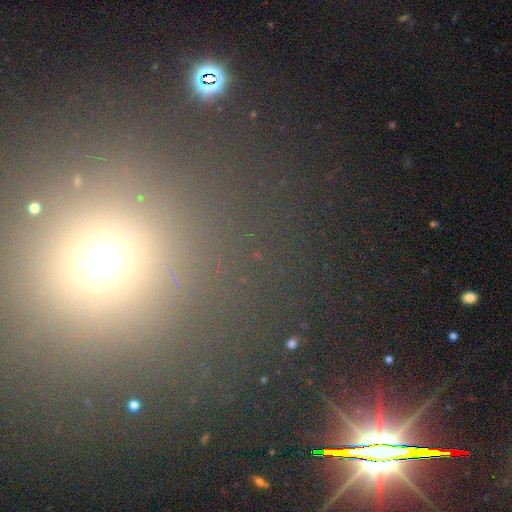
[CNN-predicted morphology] The model was most divided on "smooth or featured": star or artifact: 49%, smooth: 42%, featured or disk: 8%.